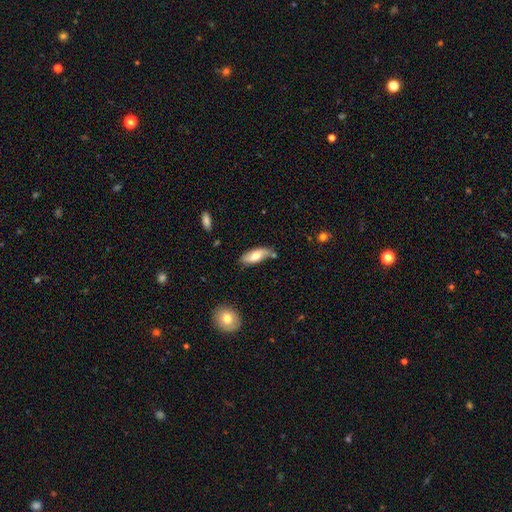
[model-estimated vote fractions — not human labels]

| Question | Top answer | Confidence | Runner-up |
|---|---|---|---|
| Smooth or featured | smooth | 59% | featured or disk (35%) |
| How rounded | in between | 76% | cigar-shaped (21%) |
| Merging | none | 67% | minor disturbance (24%) |